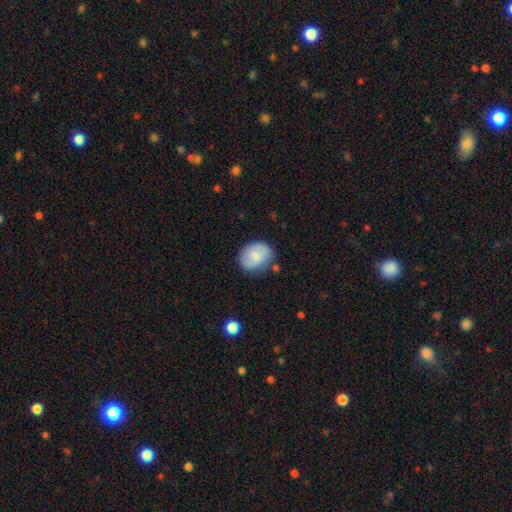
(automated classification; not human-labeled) smooth-or-featured: smooth: 72% | featured or disk: 21% | star or artifact: 7%
  how-rounded: round: 55% | in between: 44% | cigar-shaped: 1%
  merging: none: 74% | minor disturbance: 18% | major disturbance: 5% | merger: 3%